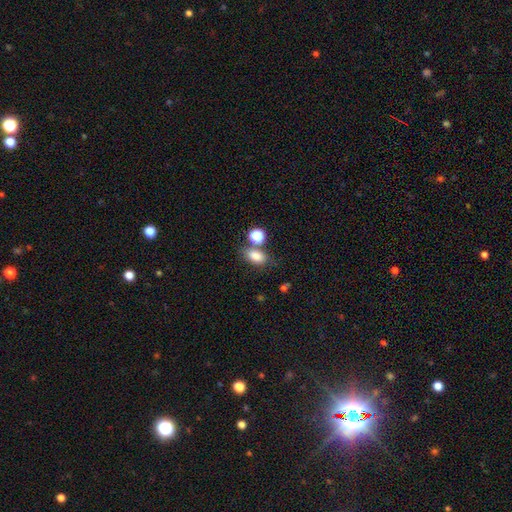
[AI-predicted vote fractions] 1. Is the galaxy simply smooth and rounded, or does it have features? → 82% smooth, 11% star or artifact, 7% featured or disk.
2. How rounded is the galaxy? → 82% in between, 16% round, 2% cigar-shaped.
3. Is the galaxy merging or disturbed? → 62% none, 19% merger, 14% minor disturbance, 5% major disturbance.